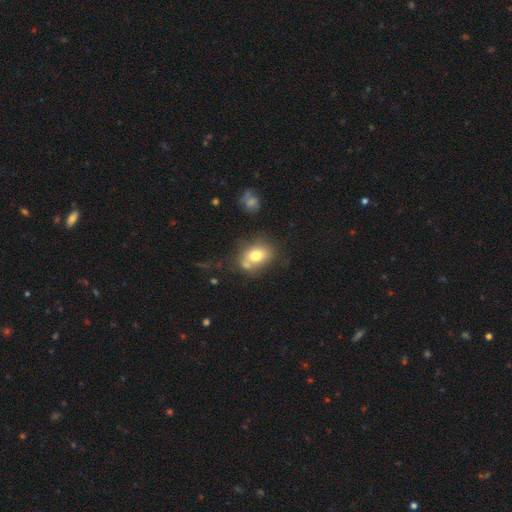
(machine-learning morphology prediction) Smooth or featured? smooth (74%)
How rounded? in between (66%)
Merging? none (53%)